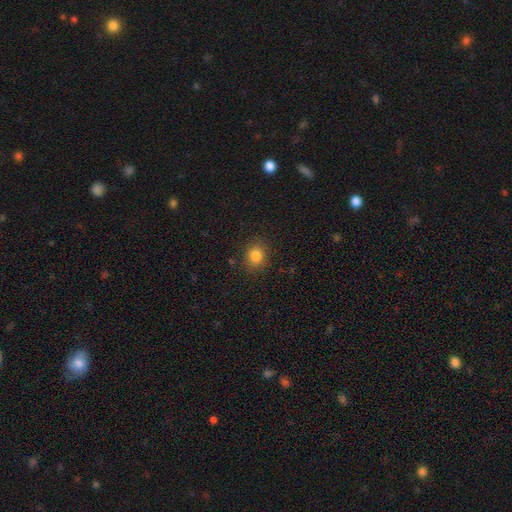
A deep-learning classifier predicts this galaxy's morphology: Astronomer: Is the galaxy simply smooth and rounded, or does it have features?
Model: smooth — 83%.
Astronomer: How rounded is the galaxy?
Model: round — 75%.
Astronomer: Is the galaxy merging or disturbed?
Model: none — 87%.